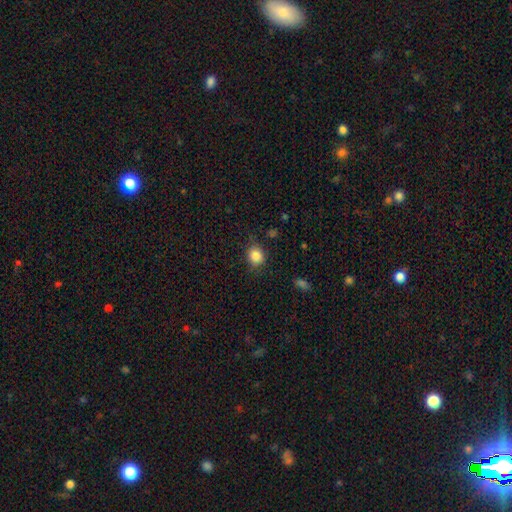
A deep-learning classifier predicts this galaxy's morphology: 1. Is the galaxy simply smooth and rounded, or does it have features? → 85% smooth, 10% star or artifact, 5% featured or disk.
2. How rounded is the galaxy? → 76% round, 23% in between, 1% cigar-shaped.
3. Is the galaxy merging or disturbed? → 81% none, 13% minor disturbance, 4% major disturbance, 2% merger.